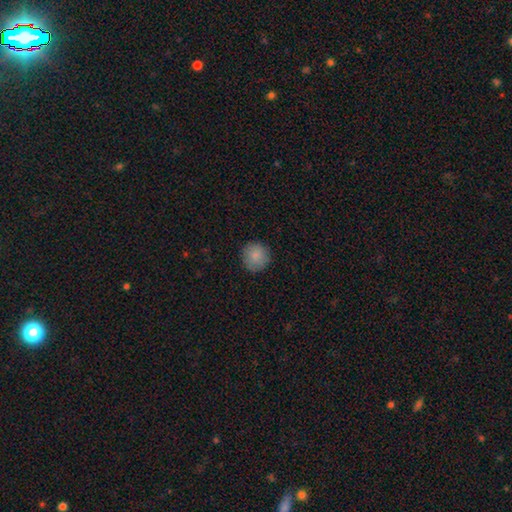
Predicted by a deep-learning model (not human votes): Smooth or featured? smooth (86%)
How rounded? round (93%)
Merging? none (88%)